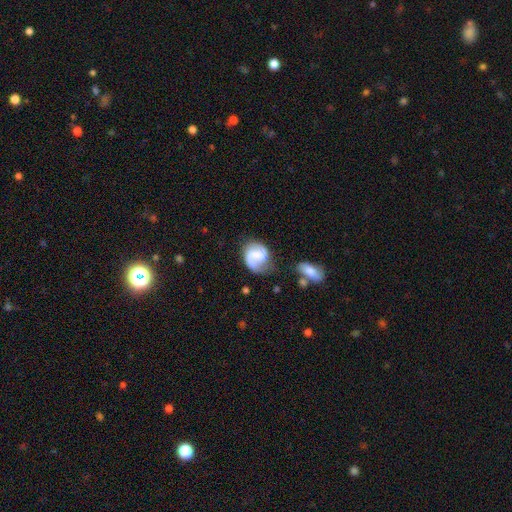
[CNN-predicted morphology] type=featured or disk (77%); edge-on=no (98%); bar=weak (45%); spiral arms=yes (94%); winding=medium (43%, tied with loose); arm count=2 (88%); bulge=none (48%); merging=none (65%).